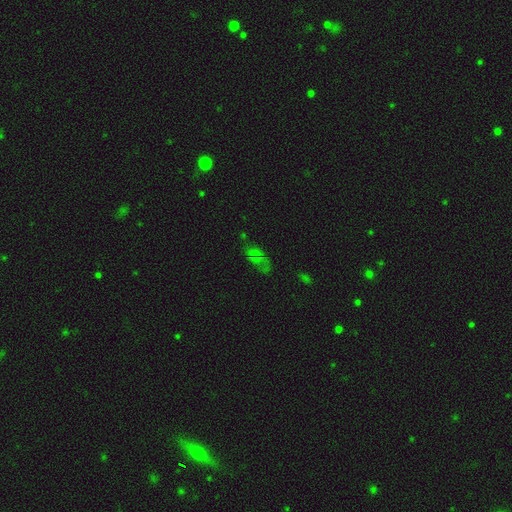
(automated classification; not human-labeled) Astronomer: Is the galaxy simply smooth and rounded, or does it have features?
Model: smooth — 45% (runner-up: star or artifact, 32%).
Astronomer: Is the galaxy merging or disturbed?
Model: none — 49% (runner-up: minor disturbance, 25%).